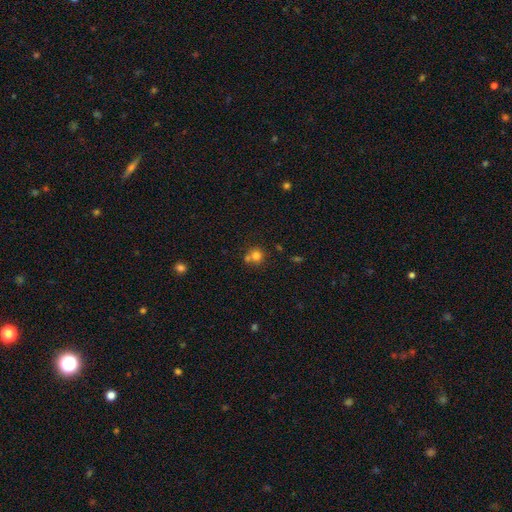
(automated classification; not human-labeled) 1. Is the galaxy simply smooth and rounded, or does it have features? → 77% smooth, 13% star or artifact, 10% featured or disk.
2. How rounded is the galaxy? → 89% round, 10% in between, 1% cigar-shaped.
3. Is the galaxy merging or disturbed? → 55% none, 33% merger, 9% minor disturbance, 3% major disturbance.